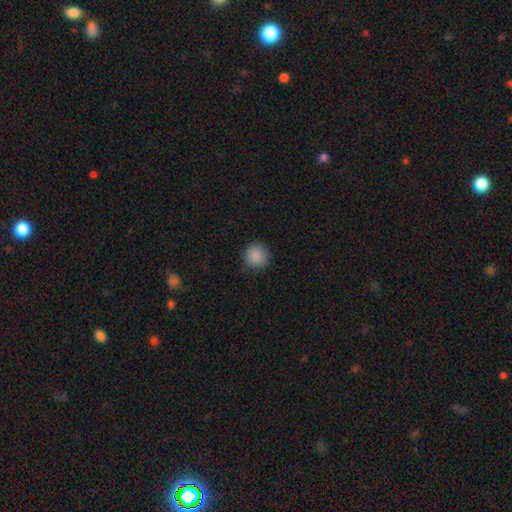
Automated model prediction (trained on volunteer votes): smooth_or_featured: smooth (p=0.88) [alt: star or artifact p=0.09]
how_rounded: round (p=0.94) [alt: in between p=0.05]
merging: none (p=0.88) [alt: minor disturbance p=0.09]